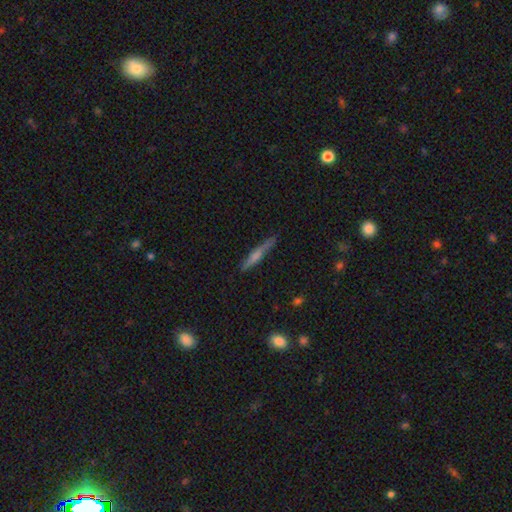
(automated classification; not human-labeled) Smooth or featured? featured or disk (54%)
Edge-on disk? yes (96%)
Edge-on bulge? rounded (64%)
Merging? none (84%)